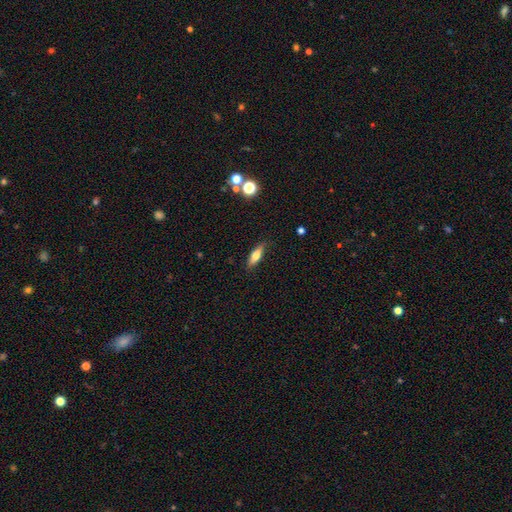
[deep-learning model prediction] Overall: smooth (61%; featured or disk 31%). How rounded: in between (49%; cigar-shaped 48%). Merging: none (85%).